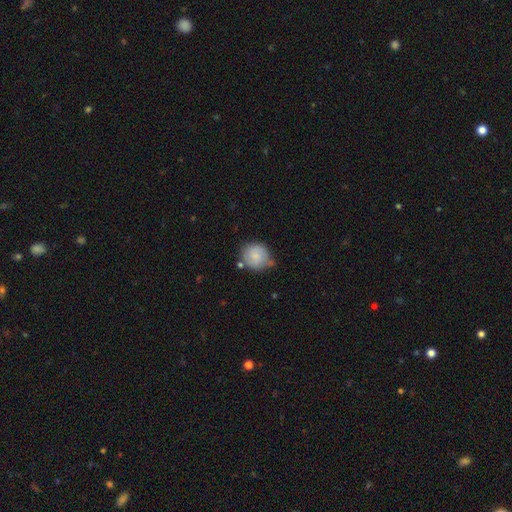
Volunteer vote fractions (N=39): smooth_or_featured: smooth (p=0.82) [alt: star or artifact p=0.10]
how_rounded: round (p=0.91) [alt: in between p=0.09]
merging: none (p=0.83) [alt: merger p=0.11]